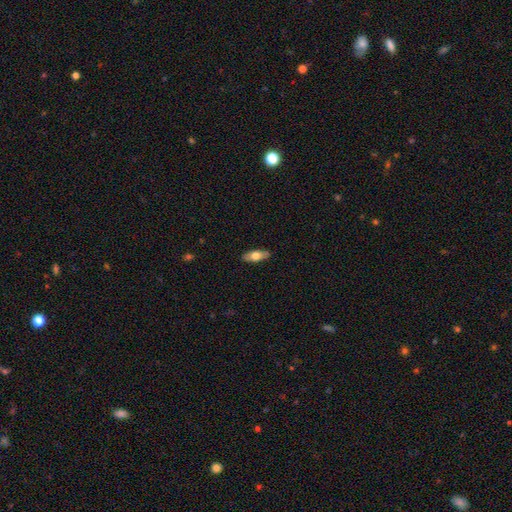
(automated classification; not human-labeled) smooth_or_featured: smooth (p=0.65) [alt: featured or disk p=0.29]
how_rounded: in between (p=0.71) [alt: cigar-shaped p=0.26]
merging: none (p=0.89) [alt: minor disturbance p=0.08]